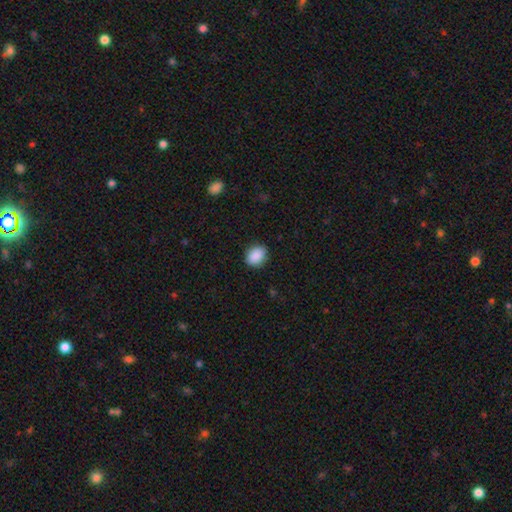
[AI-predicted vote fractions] smooth 89%, star or artifact 8%, featured or disk 3%. Down the decision tree: how rounded — in between (55%); merging — none (87%).